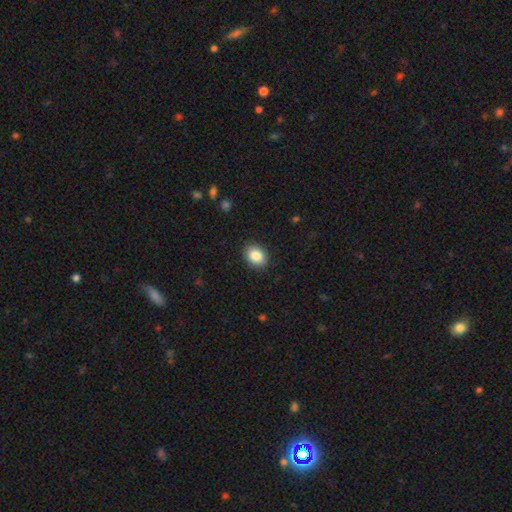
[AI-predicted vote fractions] A smooth galaxy with no disk features (87%) that is in between round and cigar-shaped (64%). Merging: none (89%).